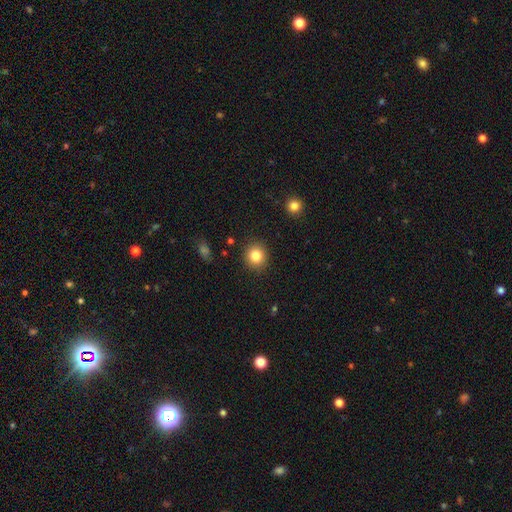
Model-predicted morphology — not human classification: smooth-or-featured: smooth: 83% | star or artifact: 10% | featured or disk: 6%
  how-rounded: round: 87% | in between: 12% | cigar-shaped: 1%
  merging: none: 90% | minor disturbance: 6% | major disturbance: 2% | merger: 1%